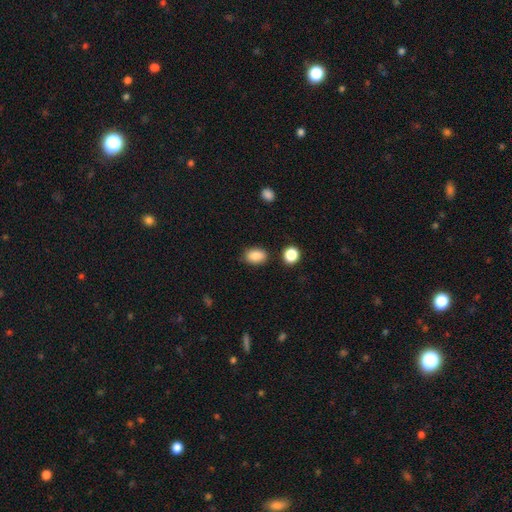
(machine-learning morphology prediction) Smooth or featured: smooth — 86% (star or artifact — 9%)
How rounded: in between — 81% (round — 18%)
Merging: none — 81% (minor disturbance — 13%)